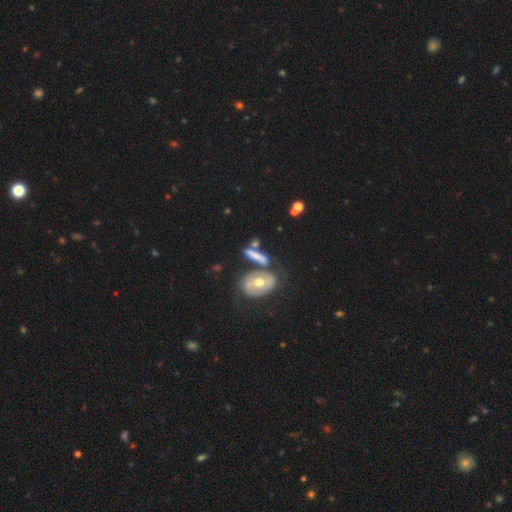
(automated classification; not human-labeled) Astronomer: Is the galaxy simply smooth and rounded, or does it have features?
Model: smooth — 54% (runner-up: featured or disk, 37%).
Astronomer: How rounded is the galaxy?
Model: cigar-shaped — 49% (runner-up: in between, 40%).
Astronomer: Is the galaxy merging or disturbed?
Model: none — 51%.